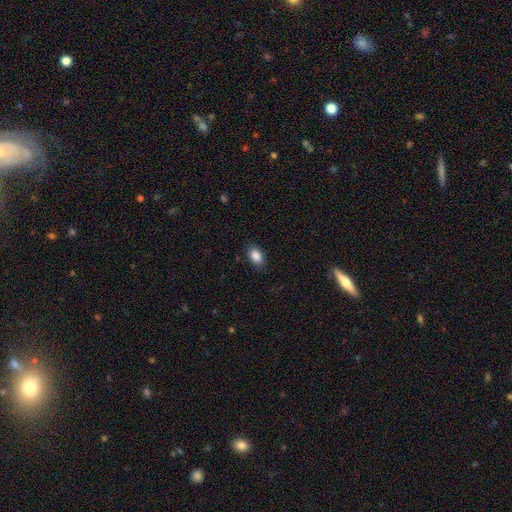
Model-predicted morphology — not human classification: Overall: smooth (87%). How rounded: in between (86%). Merging: none (84%).